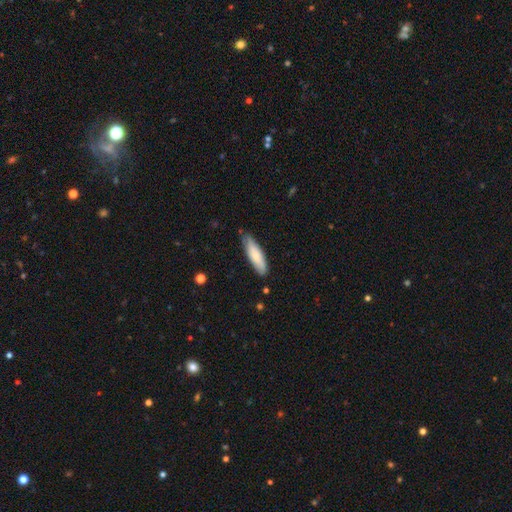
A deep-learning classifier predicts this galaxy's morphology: Smooth or featured?
  - smooth: 76% *
  - featured or disk: 19%
  - star or artifact: 5%
How rounded?
  - cigar-shaped: 59% *
  - in between: 40%
  - round: 1%
Merging?
  - none: 77% *
  - minor disturbance: 19%
  - major disturbance: 3%
  - merger: 2%